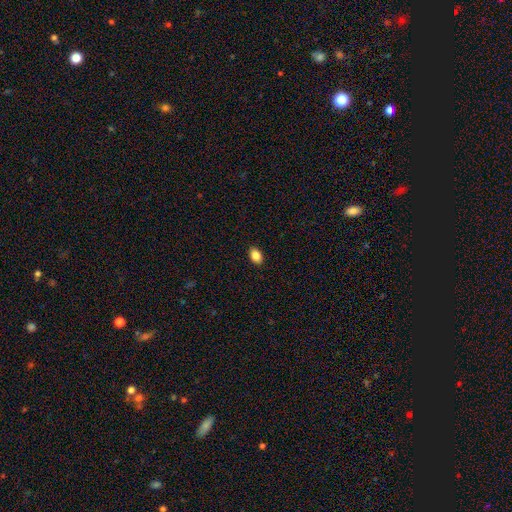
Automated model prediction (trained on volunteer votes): Smooth or featured: smooth — 87% (star or artifact — 9%)
How rounded: in between — 84% (round — 15%)
Merging: none — 90% (minor disturbance — 7%)